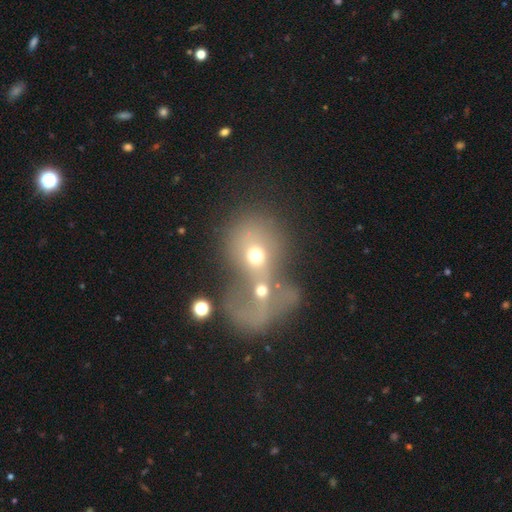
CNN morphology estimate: This appears to be a smooth galaxy with no disk features (55%) that is round (55%). Merging: merger (76%).